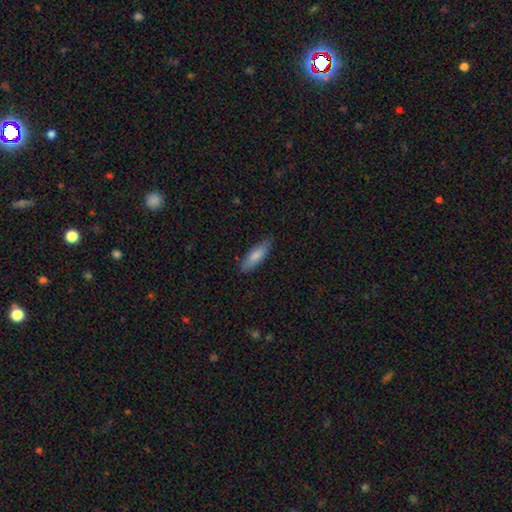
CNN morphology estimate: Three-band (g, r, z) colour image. It shows a smooth galaxy with no disk features (79%) that is cigar-shaped (52%). Merging: none (83%).